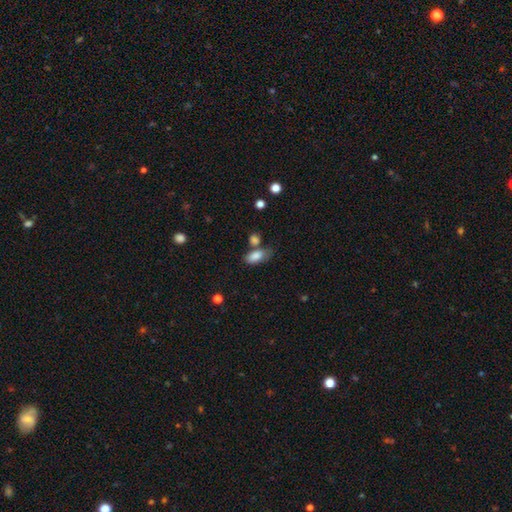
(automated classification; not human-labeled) This appears to be a smooth galaxy with no disk features (84%) that is in between round and cigar-shaped (88%). Merging: none (50%).